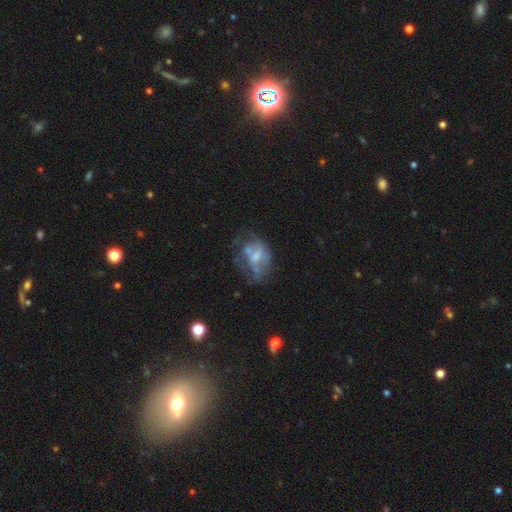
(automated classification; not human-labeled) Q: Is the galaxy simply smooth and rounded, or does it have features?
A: featured or disk — 59%.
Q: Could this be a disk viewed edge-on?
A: no — 97%.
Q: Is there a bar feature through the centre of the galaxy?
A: no — 60%.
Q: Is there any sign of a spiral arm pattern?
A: no — 67%.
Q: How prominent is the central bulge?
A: moderate — 35%.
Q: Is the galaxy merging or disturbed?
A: none — 35%.